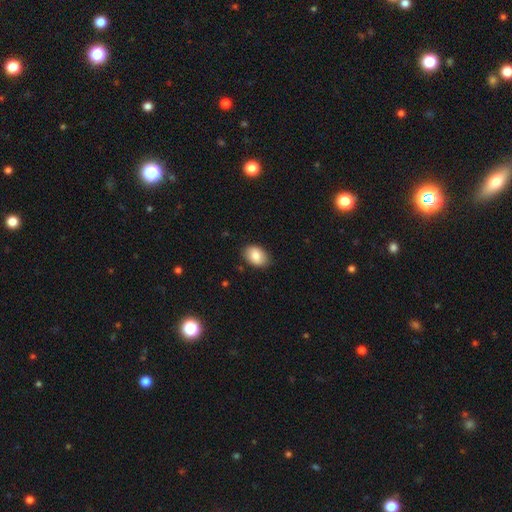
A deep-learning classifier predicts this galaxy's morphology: A smooth galaxy with no disk features (83%) that is in between round and cigar-shaped (84%).

Vote fractions:
- Smooth or featured? smooth: 83% / featured or disk: 9% / star or artifact: 7%
- How rounded? in between: 84% / round: 15% / cigar-shaped: 1%
- Merging? none: 84% / minor disturbance: 13% / major disturbance: 2% / merger: 1%